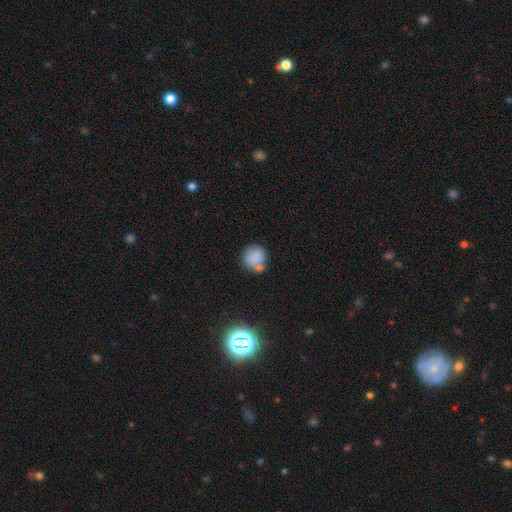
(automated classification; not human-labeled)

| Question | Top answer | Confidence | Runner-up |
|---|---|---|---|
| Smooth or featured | smooth | 82% | star or artifact (10%) |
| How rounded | round | 86% | in between (13%) |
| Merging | none | 55% | merger (22%) |